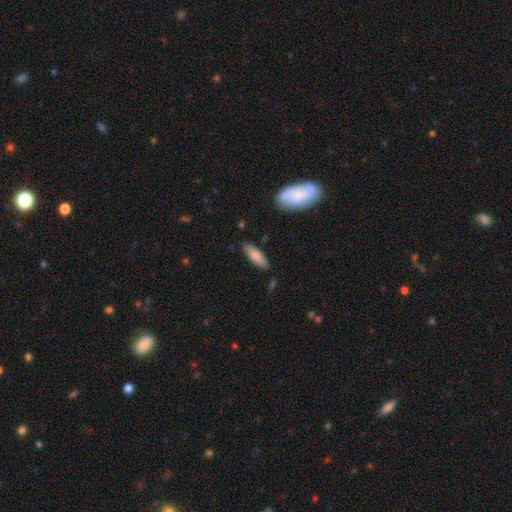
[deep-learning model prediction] Smooth or featured? Predicted: smooth (p=0.79). How rounded? Predicted: in between (p=0.57). Merging? Predicted: none (p=0.84).